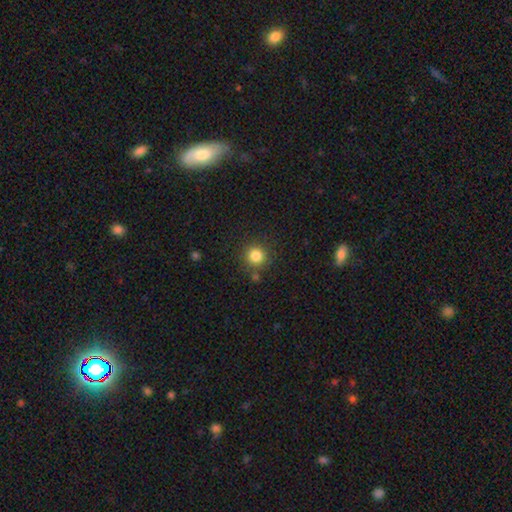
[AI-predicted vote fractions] The model was most divided on "smooth or featured": smooth: 83%, star or artifact: 12%, featured or disk: 5%. More confident: how rounded — round (94%); merging — none (83%).